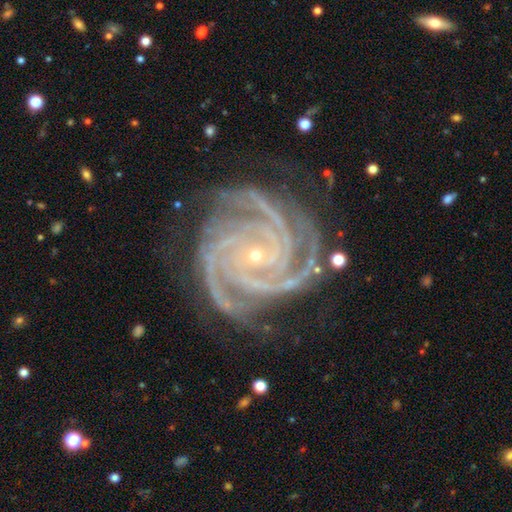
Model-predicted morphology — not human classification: smooth-or-featured: featured or disk: 93% | star or artifact: 5% | smooth: 2%
  disk-edge-on: no: 98% | yes: 2%
    bar: no: 66% | weak: 20% | strong: 14%
    has-spiral-arms: yes: 99% | no: 1%
      spiral-winding: tight: 80% | medium: 18% | loose: 2%
      spiral-arm-count: 4: 37% | 3: 27% | more than 4: 14% | 2: 8% | can't tell: 7% | 1: 6%
    bulge-size: small: 84% | moderate: 13% | none: 1% | large: 1% | dominant: 1%
  merging: none: 77% | minor disturbance: 17% | major disturbance: 5% | merger: 2%